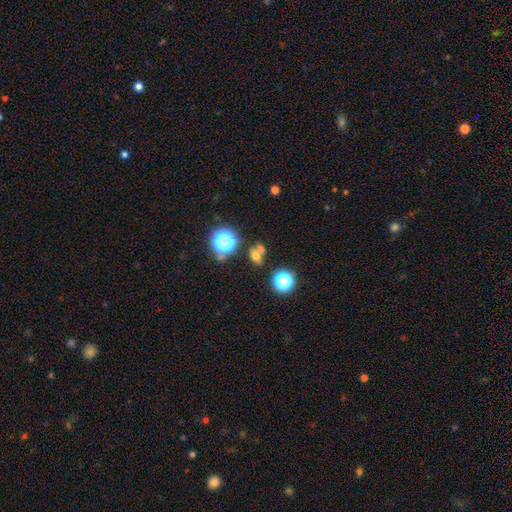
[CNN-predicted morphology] This is possibly a smooth galaxy (60%). How rounded: possibly in between (55%). Merging: possibly none (54%).